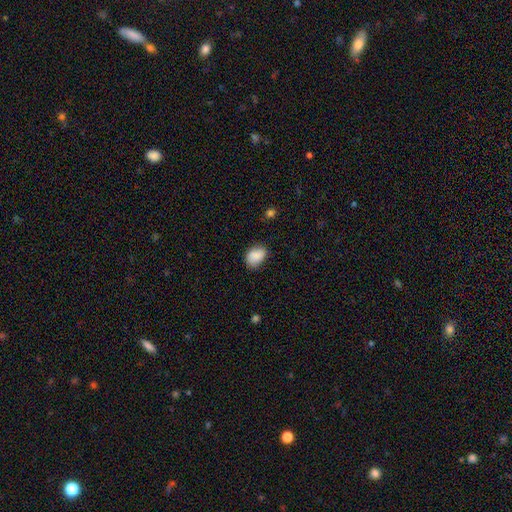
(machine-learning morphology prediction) Smooth or featured? Predicted: smooth (p=0.85). How rounded? Predicted: in between (p=0.74). Merging? Predicted: none (p=0.68).